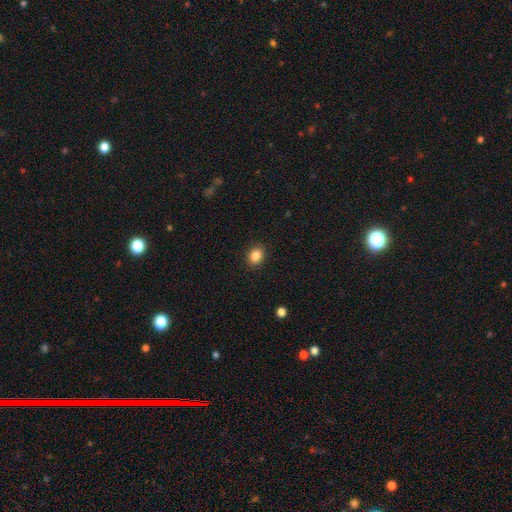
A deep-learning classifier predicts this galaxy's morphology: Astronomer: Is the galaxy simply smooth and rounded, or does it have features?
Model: smooth — 86%.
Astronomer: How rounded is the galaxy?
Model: in between — 50% (runner-up: round, 49%).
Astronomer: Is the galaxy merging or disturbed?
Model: none — 90%.